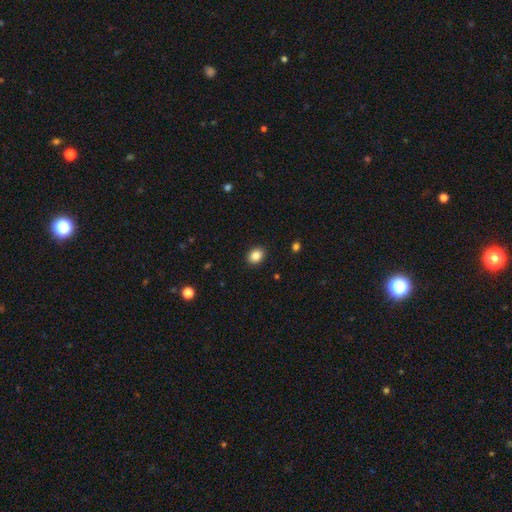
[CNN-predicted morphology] Smooth or featured?
  - smooth: 87% *
  - star or artifact: 9%
  - featured or disk: 4%
How rounded?
  - in between: 54% *
  - round: 45%
  - cigar-shaped: 1%
Merging?
  - none: 90% *
  - minor disturbance: 7%
  - major disturbance: 2%
  - merger: 1%